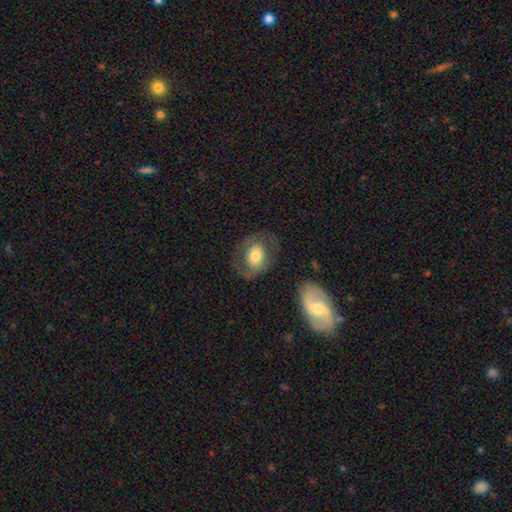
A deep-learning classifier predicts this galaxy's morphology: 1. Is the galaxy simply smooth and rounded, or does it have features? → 56% smooth, 38% featured or disk, 7% star or artifact.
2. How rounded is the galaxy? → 56% in between, 43% round, 1% cigar-shaped.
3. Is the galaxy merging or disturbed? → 68% none, 17% minor disturbance, 13% major disturbance, 2% merger.